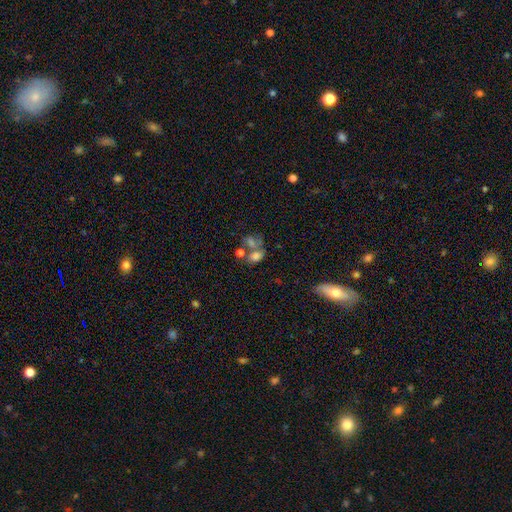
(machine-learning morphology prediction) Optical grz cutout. It shows a smooth galaxy with no disk features (64%) that is in between round and cigar-shaped (72%). Merging: merger (50%).